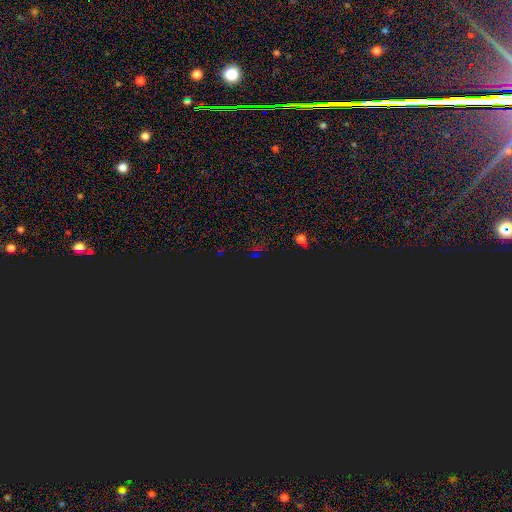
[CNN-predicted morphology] Smooth or featured? Predicted: star or artifact (p=0.80).